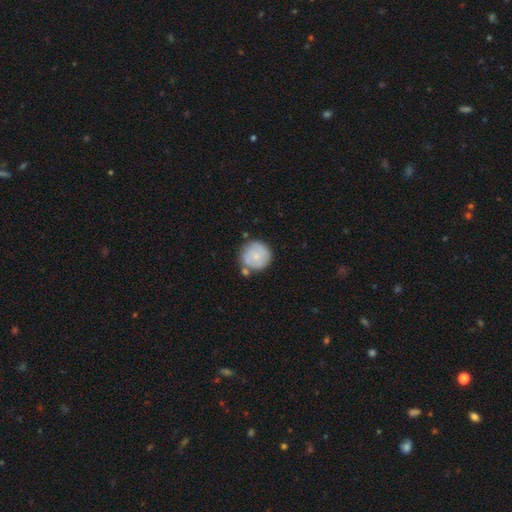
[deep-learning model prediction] Smooth or featured? smooth (67%)
How rounded? round (94%)
Merging? none (65%)